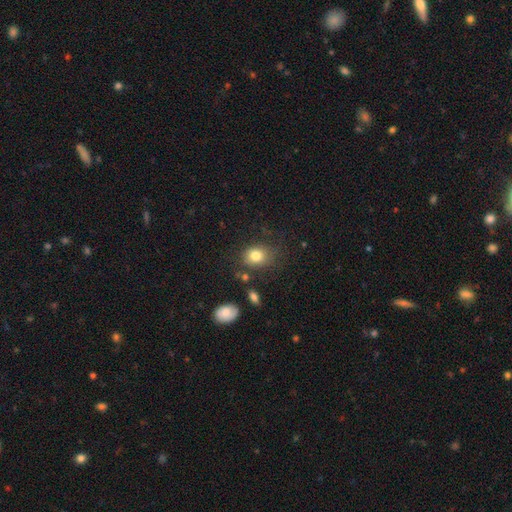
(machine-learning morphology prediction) This appears to be a smooth galaxy with no disk features (81%) that is round (50%). Merging: none (73%).